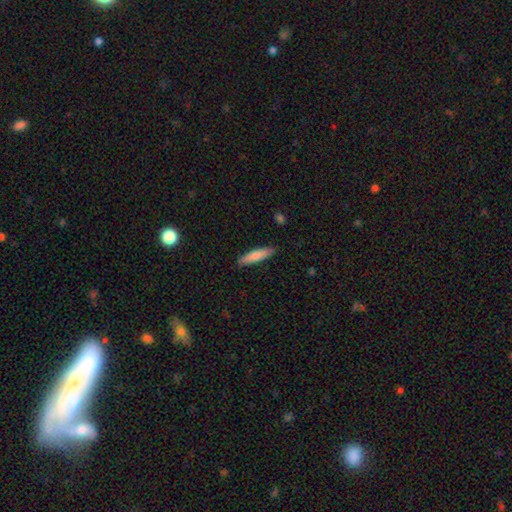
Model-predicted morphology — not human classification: smooth 79%, featured or disk 15%, star or artifact 5%. Down the decision tree: how rounded — cigar-shaped (80%); merging — none (89%).